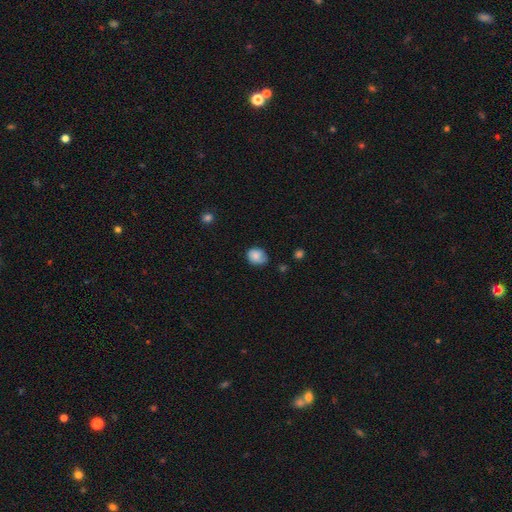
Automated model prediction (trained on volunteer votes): Q: Smooth or featured?
A: smooth (79%); runner-up: featured or disk (13%)
Q: How rounded?
A: round (53%); runner-up: in between (47%)
Q: Merging?
A: none (61%); runner-up: minor disturbance (31%)